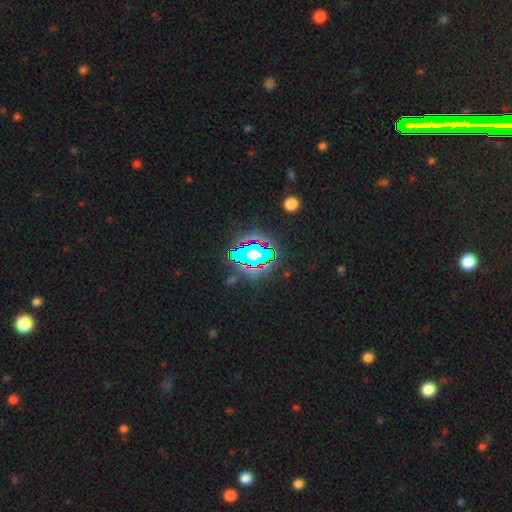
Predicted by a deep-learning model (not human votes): A star or artifact, not a galaxy (83%).